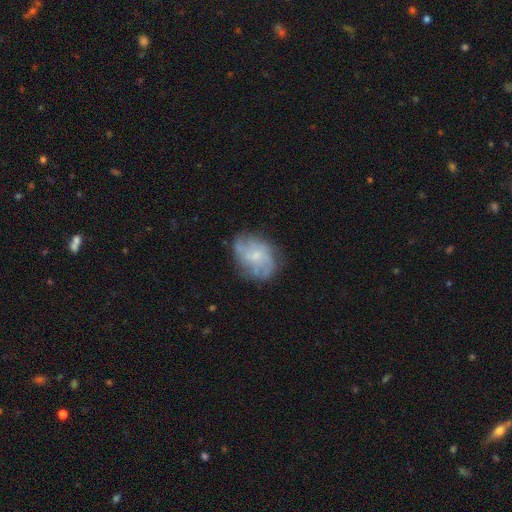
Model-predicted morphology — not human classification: A featured or disk galaxy (60%) with no bar (69%), spiral arms (73%) and a small central bulge (56%).

Vote fractions:
- Smooth or featured? featured or disk: 60% / smooth: 32% / star or artifact: 8%
- Edge-on disk? no: 97% / yes: 3%
- Bar? no: 69% / weak: 28% / strong: 4%
- Spiral arms? yes: 73% / no: 27%
- Bulge size? small: 56% / moderate: 29% / none: 12% / large: 2% / dominant: 1%
- Merging? none: 64% / minor disturbance: 23% / major disturbance: 11% / merger: 2%